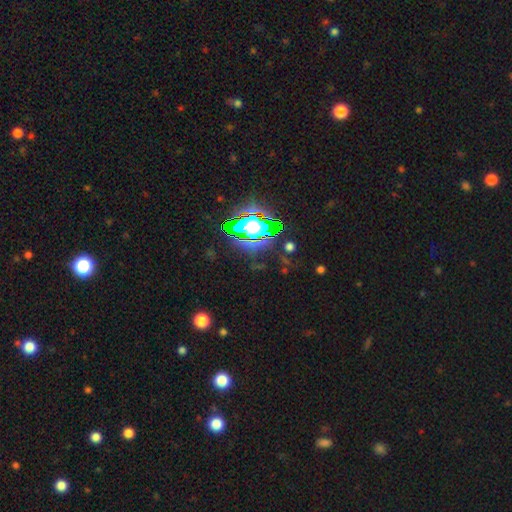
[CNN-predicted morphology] A star or artifact, not a galaxy (82%).